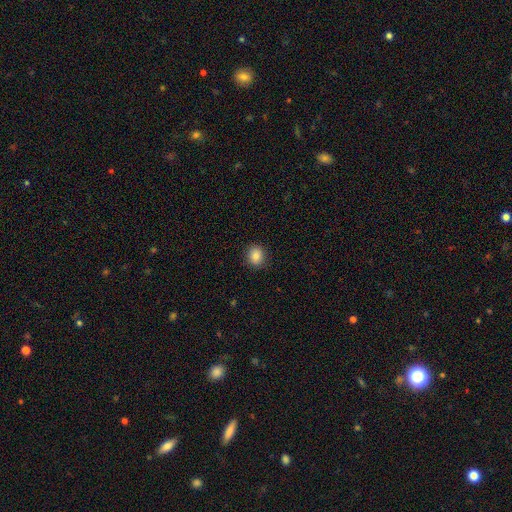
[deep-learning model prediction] A smooth galaxy with no disk features (84%) that is round (71%).

Vote fractions:
- Smooth or featured? smooth: 84% / star or artifact: 10% / featured or disk: 6%
- How rounded? round: 71% / in between: 28% / cigar-shaped: 1%
- Merging? none: 89% / minor disturbance: 8% / major disturbance: 2% / merger: 1%